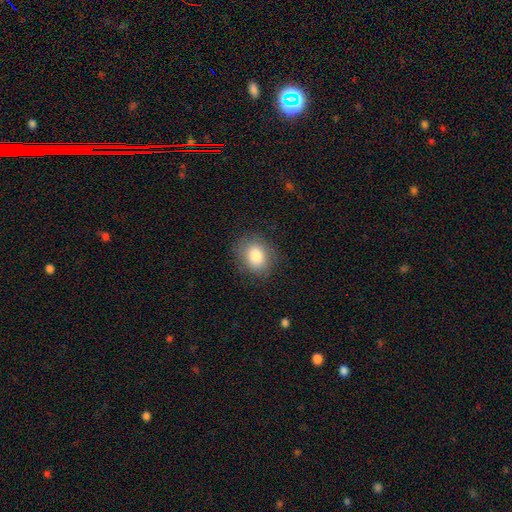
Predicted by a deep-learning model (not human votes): Q: Smooth or featured?
A: smooth (83%); runner-up: featured or disk (9%)
Q: How rounded?
A: in between (52%); runner-up: round (47%)
Q: Merging?
A: none (81%); runner-up: minor disturbance (14%)